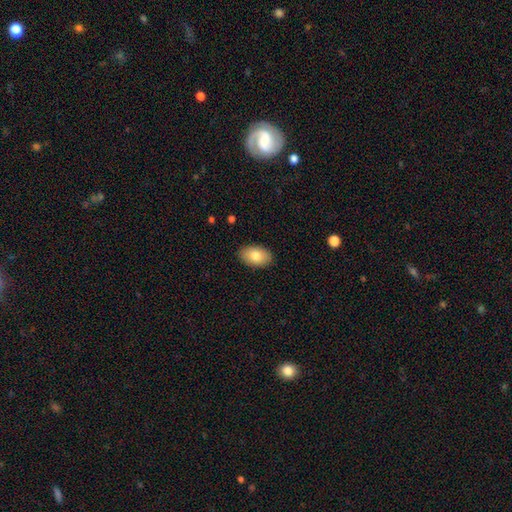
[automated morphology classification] This is clearly a smooth galaxy (80%). How rounded: clearly in between (92%). Merging: clearly none (89%).